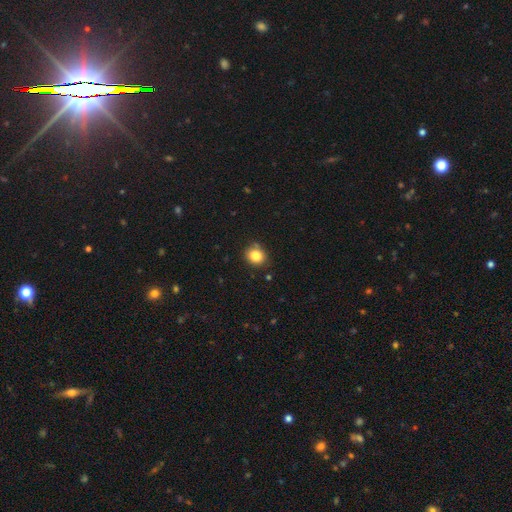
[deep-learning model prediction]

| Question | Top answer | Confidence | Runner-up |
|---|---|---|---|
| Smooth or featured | smooth | 84% | star or artifact (10%) |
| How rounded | round | 72% | in between (27%) |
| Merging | none | 79% | minor disturbance (14%) |